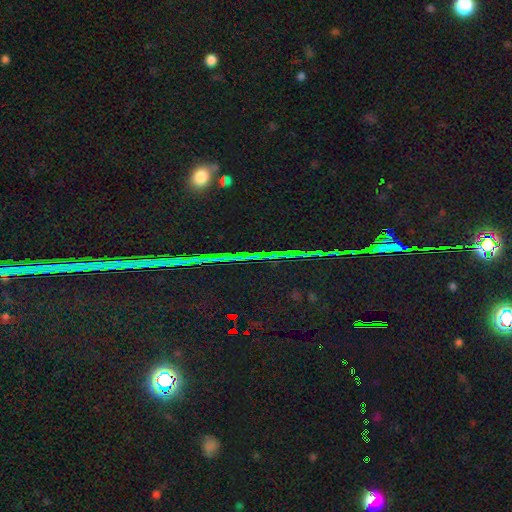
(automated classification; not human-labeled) Smooth or featured?
  - star or artifact: 84% *
  - smooth: 8%
  - featured or disk: 8%